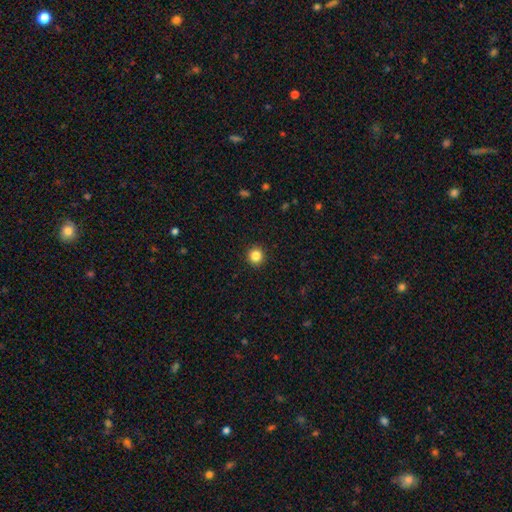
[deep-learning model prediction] A smooth galaxy with no disk features (85%) that is round (93%). Merging: none (93%).